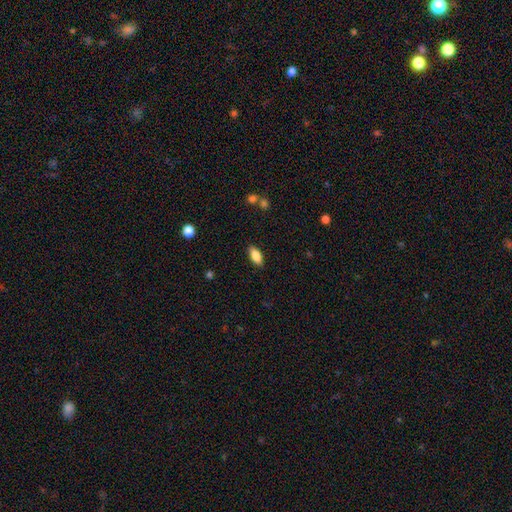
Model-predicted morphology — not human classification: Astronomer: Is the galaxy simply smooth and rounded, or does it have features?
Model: smooth — 82%.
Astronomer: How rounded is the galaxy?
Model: in between — 84%.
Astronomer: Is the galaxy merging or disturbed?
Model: none — 87%.